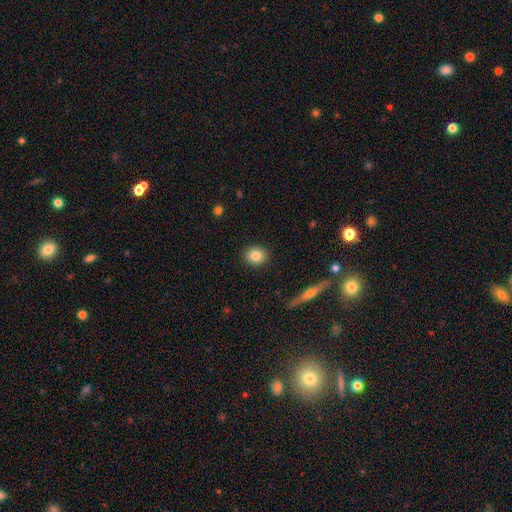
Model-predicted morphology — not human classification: This appears to be a smooth galaxy with no disk features (82%) that is round (71%). Merging: none (91%).